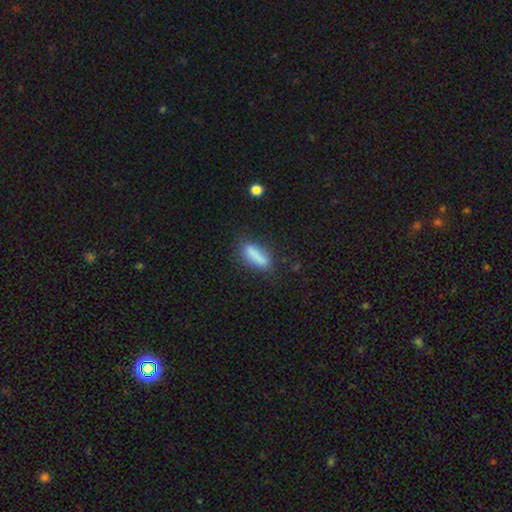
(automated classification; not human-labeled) Smooth or featured? Predicted: smooth (p=0.82). How rounded? Predicted: cigar-shaped (p=0.49, tied with in between). Merging? Predicted: none (p=0.74).